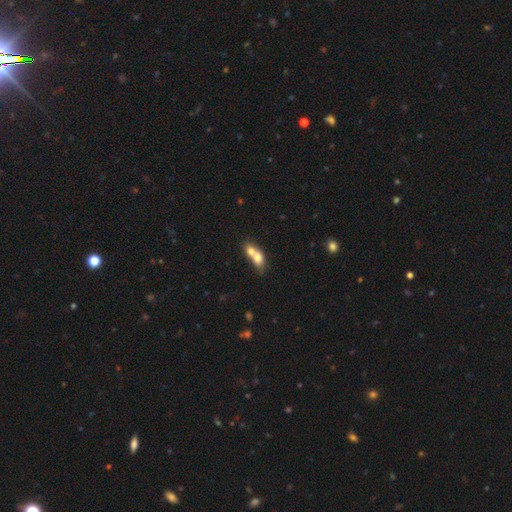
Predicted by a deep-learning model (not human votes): Q: Smooth or featured?
A: smooth (69%); runner-up: featured or disk (23%)
Q: How rounded?
A: in between (62%); runner-up: round (31%)
Q: Merging?
A: merger (74%); runner-up: none (16%)